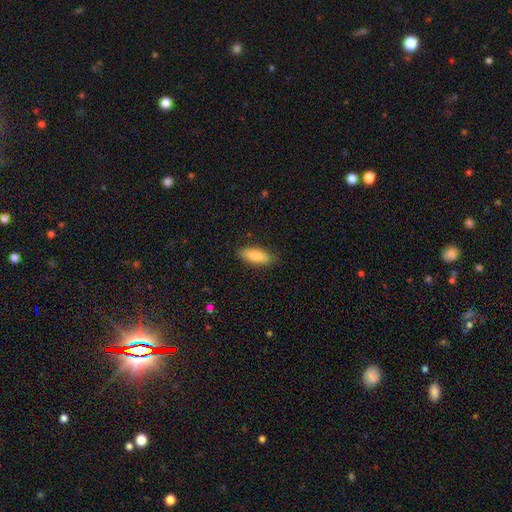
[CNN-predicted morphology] type=smooth (85%); roundness=in between (66%); merging=none (86%).